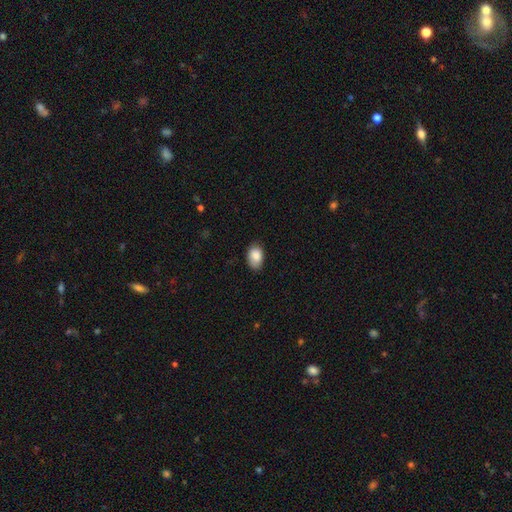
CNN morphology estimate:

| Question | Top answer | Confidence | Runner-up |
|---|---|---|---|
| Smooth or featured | smooth | 87% | star or artifact (7%) |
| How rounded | in between | 88% | round (11%) |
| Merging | none | 76% | minor disturbance (20%) |